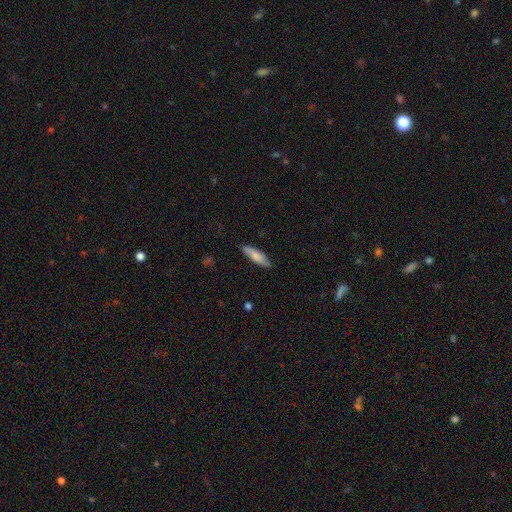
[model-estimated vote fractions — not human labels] Overall: smooth (78%). How rounded: cigar-shaped (54%; in between 44%). Merging: none (81%).